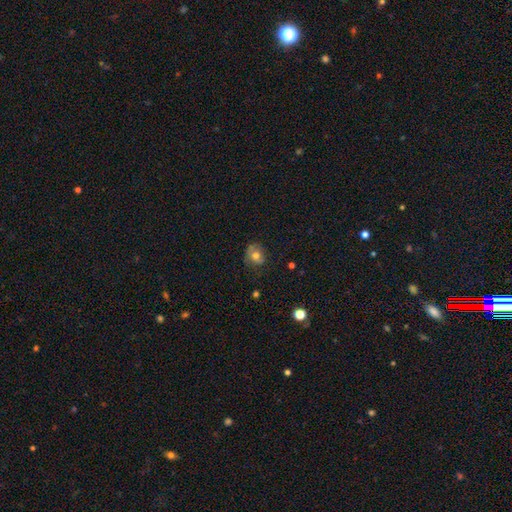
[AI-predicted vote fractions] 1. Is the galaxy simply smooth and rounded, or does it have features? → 64% smooth, 24% featured or disk, 11% star or artifact.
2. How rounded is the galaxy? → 64% round, 35% in between, 1% cigar-shaped.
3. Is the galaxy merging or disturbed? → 56% none, 28% minor disturbance, 13% major disturbance, 2% merger.